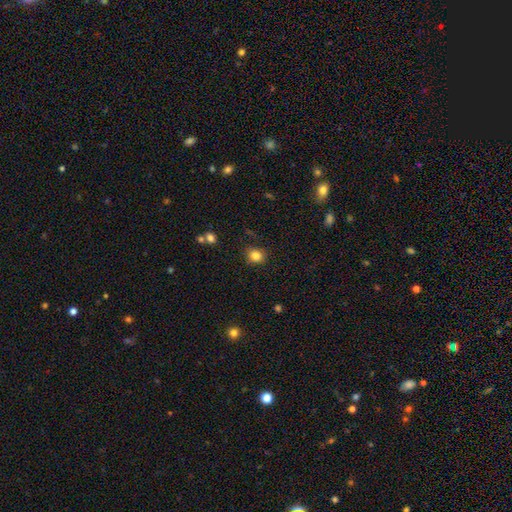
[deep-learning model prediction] Smooth or featured?
  - smooth: 83% *
  - star or artifact: 11%
  - featured or disk: 6%
How rounded?
  - round: 74% *
  - in between: 25%
  - cigar-shaped: 1%
Merging?
  - none: 86% *
  - minor disturbance: 10%
  - major disturbance: 2%
  - merger: 2%